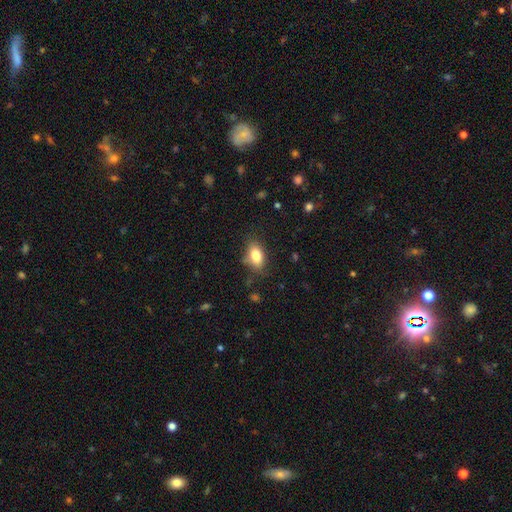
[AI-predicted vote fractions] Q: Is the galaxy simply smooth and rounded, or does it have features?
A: smooth — 81%.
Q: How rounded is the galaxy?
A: in between — 87%.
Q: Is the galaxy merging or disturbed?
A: none — 77%.